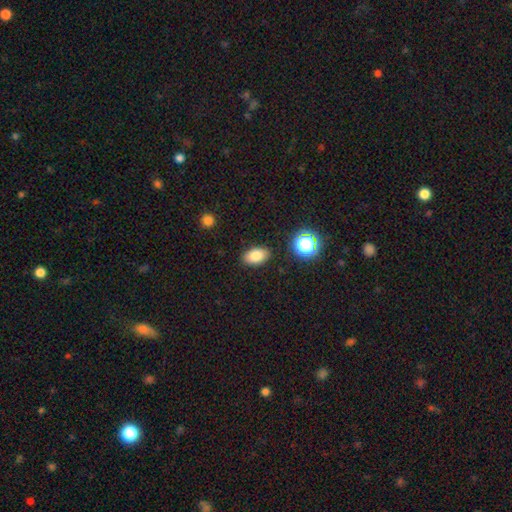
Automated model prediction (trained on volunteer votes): smooth_or_featured: smooth (p=0.82) [alt: star or artifact p=0.10]
how_rounded: in between (p=0.89) [alt: round p=0.09]
merging: none (p=0.87) [alt: minor disturbance p=0.09]